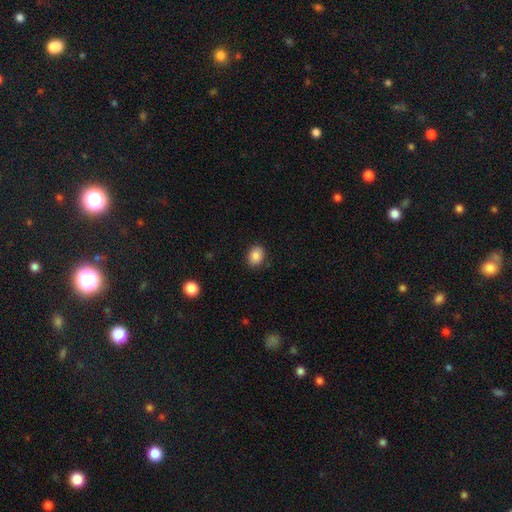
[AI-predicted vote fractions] This is clearly a smooth galaxy (87%). How rounded: possibly in between (59%). Merging: clearly none (87%).